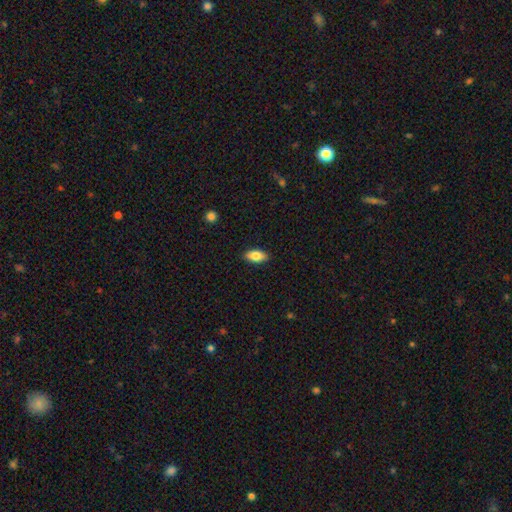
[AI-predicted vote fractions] The model was most divided on "smooth or featured": smooth: 81%, featured or disk: 12%, star or artifact: 7%. More confident: how rounded — in between (90%); merging — none (89%).